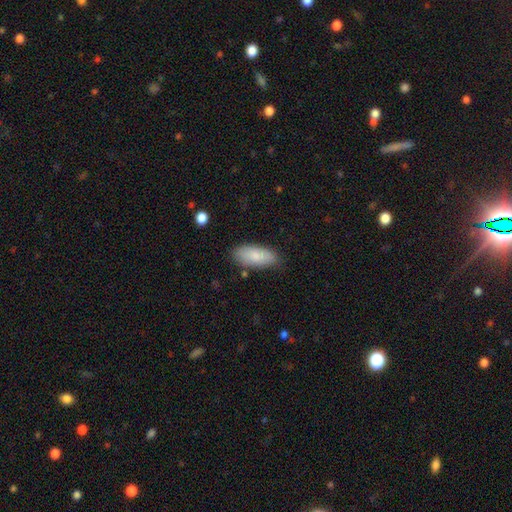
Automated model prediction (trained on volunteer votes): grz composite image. It shows a smooth galaxy with no disk features (83%) that is in between round and cigar-shaped (85%). Merging: none (80%).